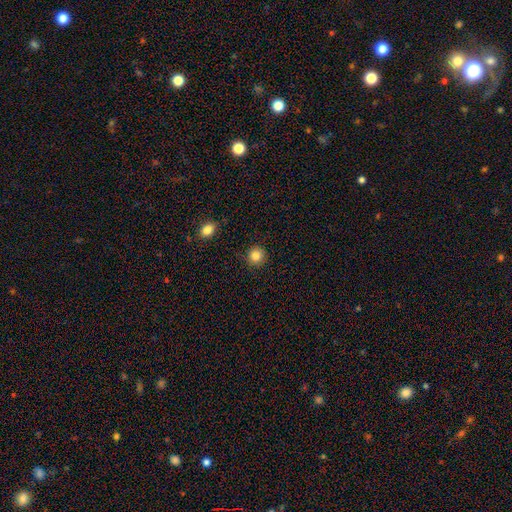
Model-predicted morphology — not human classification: smooth-or-featured: smooth: 85% | star or artifact: 10% | featured or disk: 5%
  how-rounded: round: 92% | in between: 7% | cigar-shaped: 1%
  merging: none: 90% | minor disturbance: 7% | major disturbance: 2% | merger: 1%